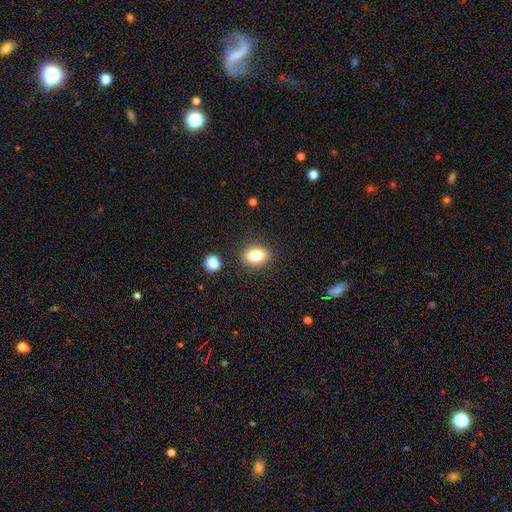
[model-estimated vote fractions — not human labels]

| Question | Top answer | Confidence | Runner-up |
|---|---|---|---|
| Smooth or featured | smooth | 79% | featured or disk (11%) |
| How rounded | in between | 75% | round (21%) |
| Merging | none | 87% | minor disturbance (9%) |